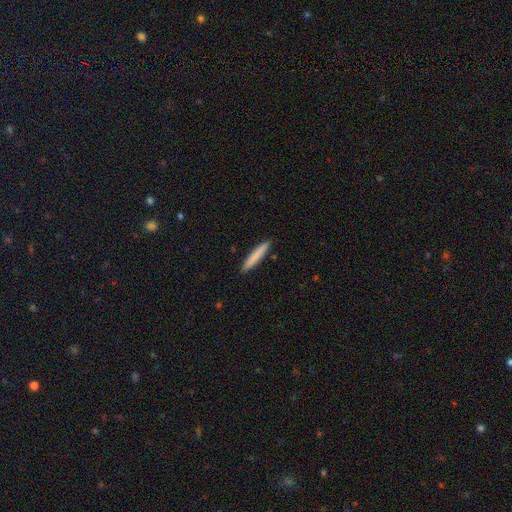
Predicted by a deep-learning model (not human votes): Smooth or featured: smooth — 80% (featured or disk — 15%)
How rounded: cigar-shaped — 94% (in between — 4%)
Merging: none — 91% (minor disturbance — 6%)